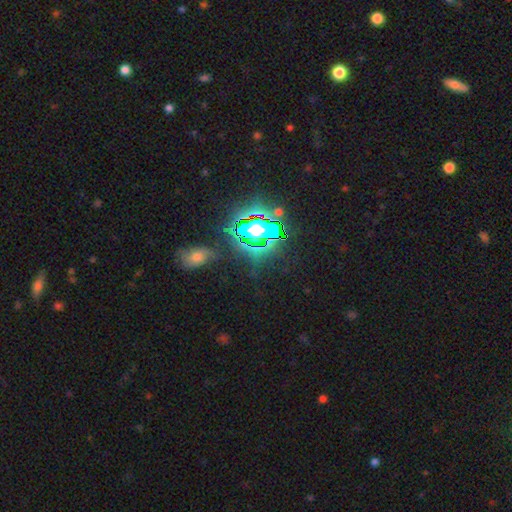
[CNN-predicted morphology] A star or artifact, not a galaxy (70%).